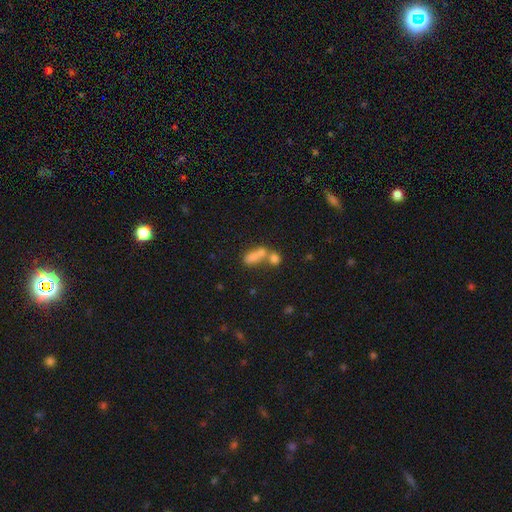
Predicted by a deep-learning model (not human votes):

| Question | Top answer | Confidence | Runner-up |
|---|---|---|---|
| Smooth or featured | smooth | 71% | featured or disk (17%) |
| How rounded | in between | 68% | cigar-shaped (19%) |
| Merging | merger | 57% | none (26%) |